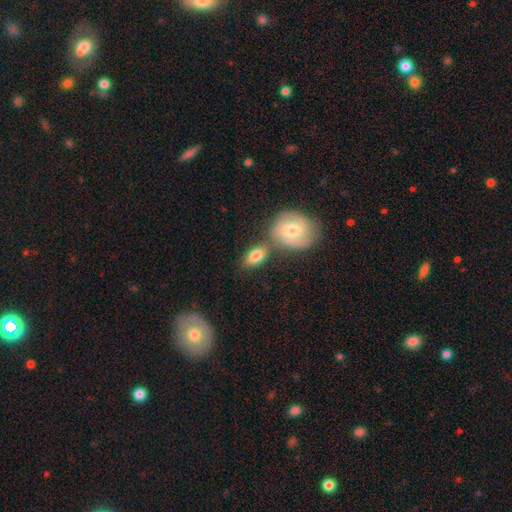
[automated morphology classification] Smooth or featured?
  - smooth: 69% *
  - featured or disk: 25%
  - star or artifact: 6%
How rounded?
  - in between: 86% *
  - round: 8%
  - cigar-shaped: 6%
Merging?
  - none: 55% *
  - merger: 26%
  - minor disturbance: 15%
  - major disturbance: 4%